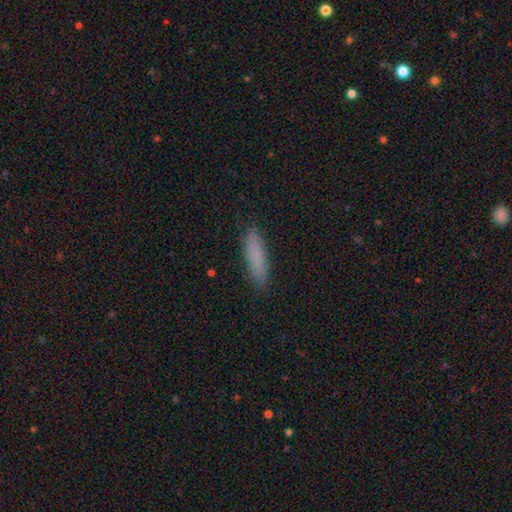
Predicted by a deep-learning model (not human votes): Smooth or featured?
  - smooth: 84% *
  - featured or disk: 9%
  - star or artifact: 7%
How rounded?
  - cigar-shaped: 81% *
  - in between: 18%
  - round: 1%
Merging?
  - none: 88% *
  - minor disturbance: 9%
  - major disturbance: 2%
  - merger: 1%